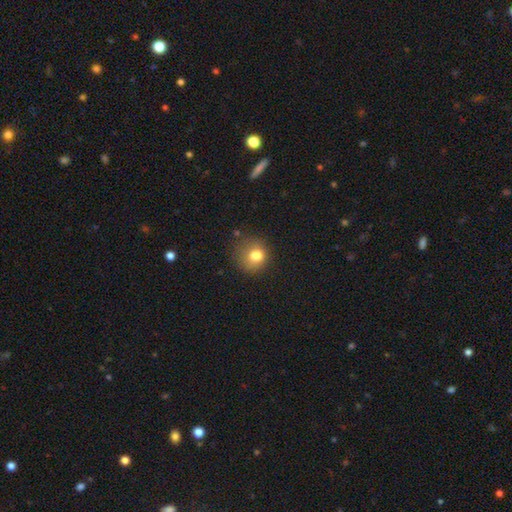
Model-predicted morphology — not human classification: A smooth galaxy with no disk features (78%) that is round (76%).

Vote fractions:
- Smooth or featured? smooth: 78% / star or artifact: 11% / featured or disk: 11%
- How rounded? round: 76% / in between: 23% / cigar-shaped: 1%
- Merging? none: 55% / minor disturbance: 26% / major disturbance: 13% / merger: 6%